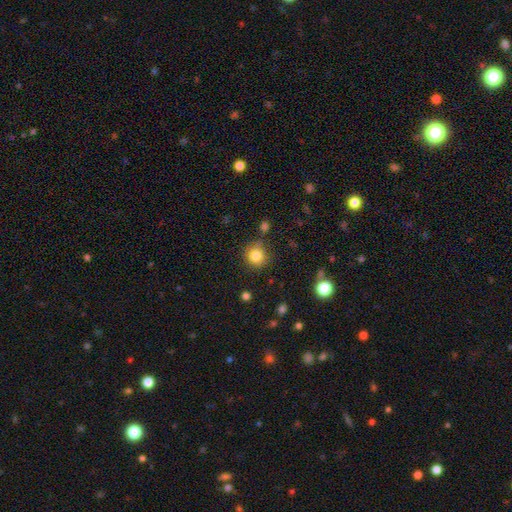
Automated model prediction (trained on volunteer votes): smooth 83%, star or artifact 11%, featured or disk 6%. Down the decision tree: how rounded — round (91%); merging — none (81%).